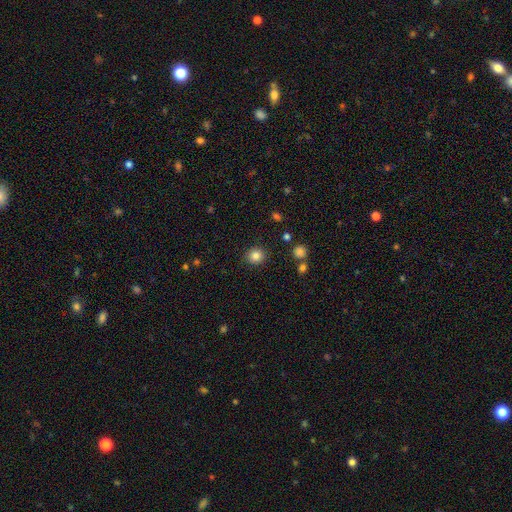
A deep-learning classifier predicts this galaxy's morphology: A smooth galaxy with no disk features (83%) that is round (87%). Merging: none (89%).